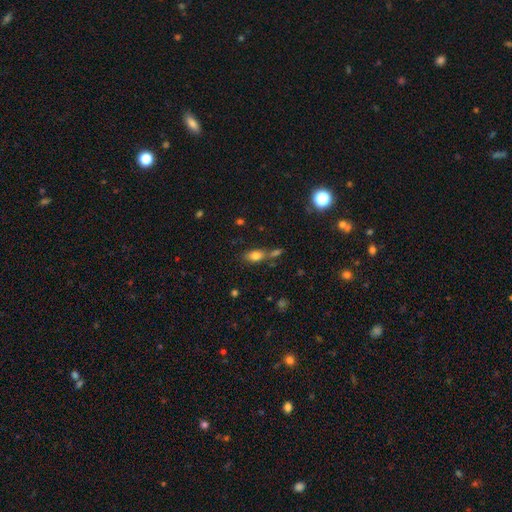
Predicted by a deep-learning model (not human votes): The model was most divided on "merging": none: 54%, merger: 27%, minor disturbance: 14%, major disturbance: 5%. More confident: how rounded — in between (84%); smooth or featured — smooth (77%).